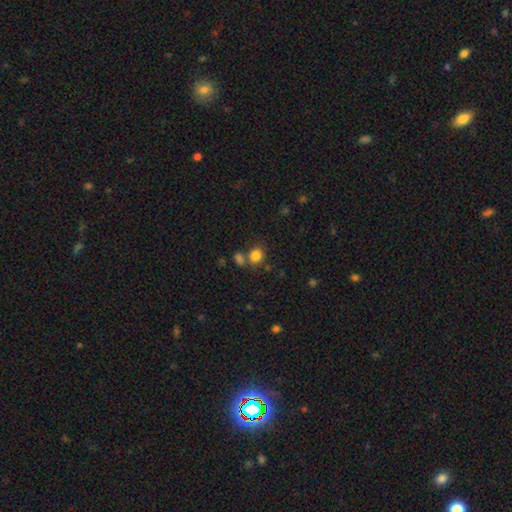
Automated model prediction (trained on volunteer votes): Smooth or featured? smooth (83%)
How rounded? round (69%)
Merging? none (63%)